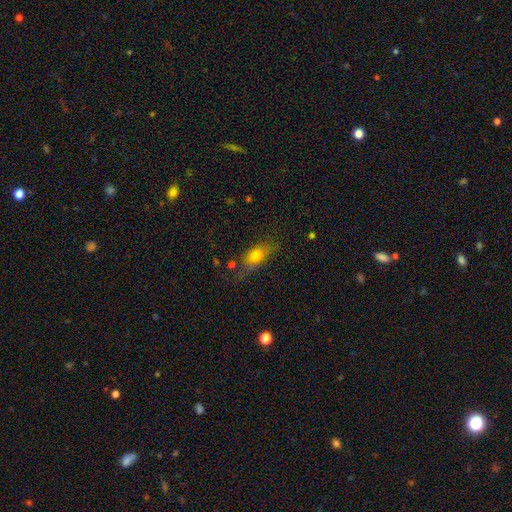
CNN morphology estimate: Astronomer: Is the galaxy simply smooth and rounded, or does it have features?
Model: smooth — 68%.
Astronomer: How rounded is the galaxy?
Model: in between — 72%.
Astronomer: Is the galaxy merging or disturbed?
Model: none — 54%.